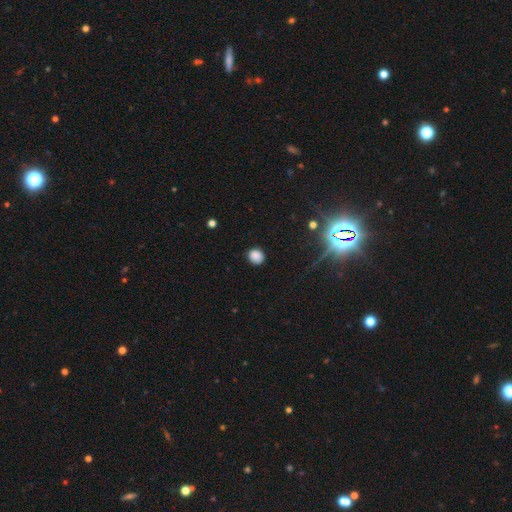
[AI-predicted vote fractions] Smooth or featured? smooth (84%)
How rounded? round (77%)
Merging? none (86%)